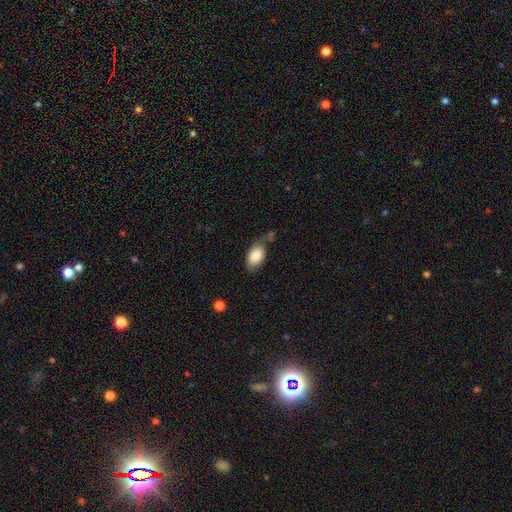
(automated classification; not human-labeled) A smooth galaxy with no disk features (84%) that is in between round and cigar-shaped (93%).

Vote fractions:
- Smooth or featured? smooth: 84% / featured or disk: 10% / star or artifact: 6%
- How rounded? in between: 93% / round: 5% / cigar-shaped: 2%
- Merging? none: 50% / minor disturbance: 28% / major disturbance: 12% / merger: 10%